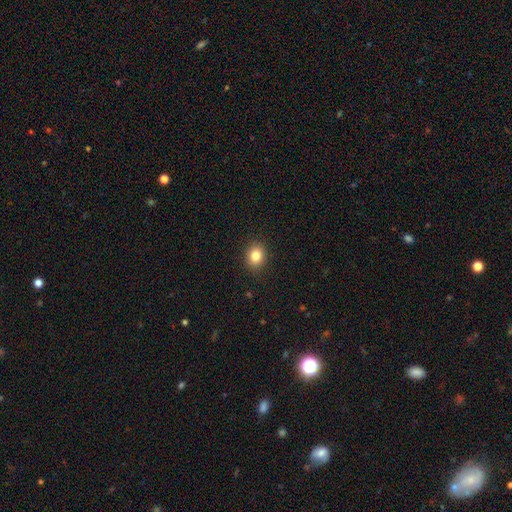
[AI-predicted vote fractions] Smooth or featured?
  - smooth: 83% *
  - star or artifact: 11%
  - featured or disk: 7%
How rounded?
  - round: 59% *
  - in between: 40%
  - cigar-shaped: 1%
Merging?
  - none: 90% *
  - minor disturbance: 7%
  - major disturbance: 2%
  - merger: 1%